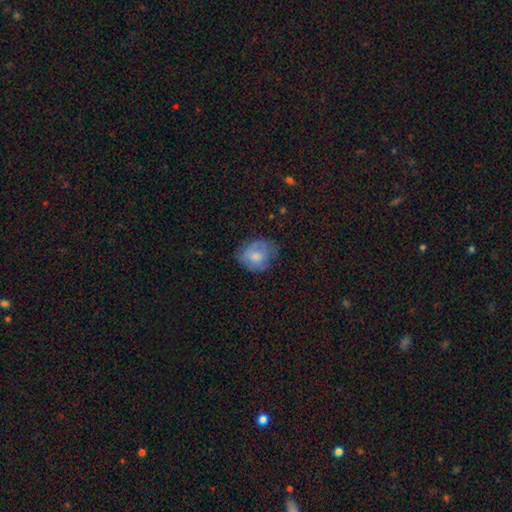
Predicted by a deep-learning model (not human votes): Overall: smooth (64%; featured or disk 28%). How rounded: round (63%; in between 36%). Merging: none (55%; minor disturbance 30%).